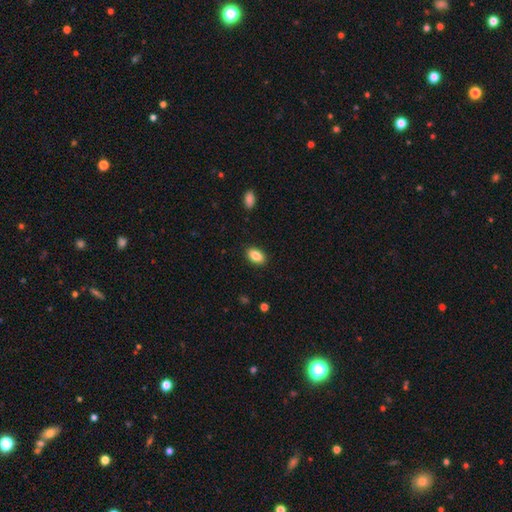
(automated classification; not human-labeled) A smooth galaxy with no disk features (86%) that is in between round and cigar-shaped (91%).

Vote fractions:
- Smooth or featured? smooth: 86% / star or artifact: 8% / featured or disk: 7%
- How rounded? in between: 91% / round: 7% / cigar-shaped: 2%
- Merging? none: 89% / minor disturbance: 8% / major disturbance: 2% / merger: 1%